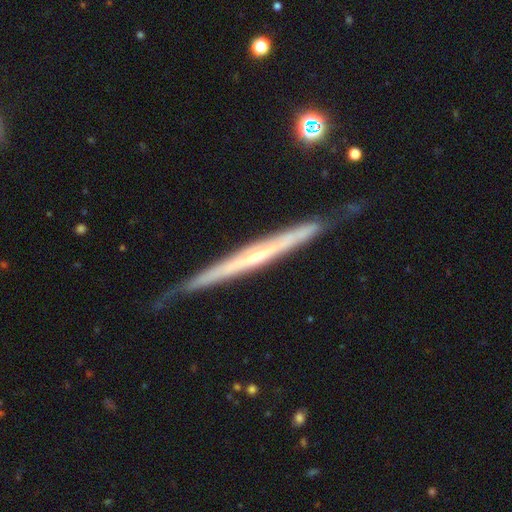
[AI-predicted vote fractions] smooth-or-featured: featured or disk: 76% | smooth: 19% | star or artifact: 5%
  disk-edge-on: yes: 95% | no: 5%
    edge-on-bulge: none: 59% | rounded: 37% | boxy: 4%
  merging: none: 77% | minor disturbance: 18% | major disturbance: 3% | merger: 2%